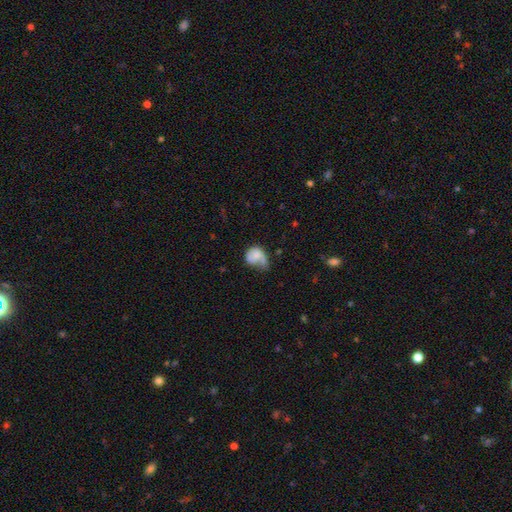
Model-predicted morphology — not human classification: type=smooth (57%); roundness=round (53%); merging=minor disturbance (33%).